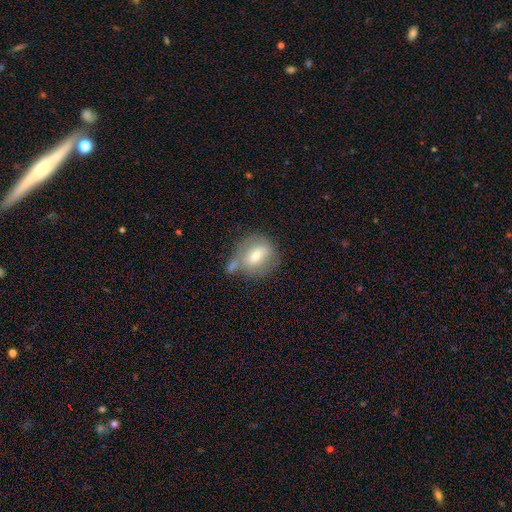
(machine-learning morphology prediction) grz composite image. It shows a smooth galaxy with no disk features (54%) that is round (65%). Merging: none (52%).